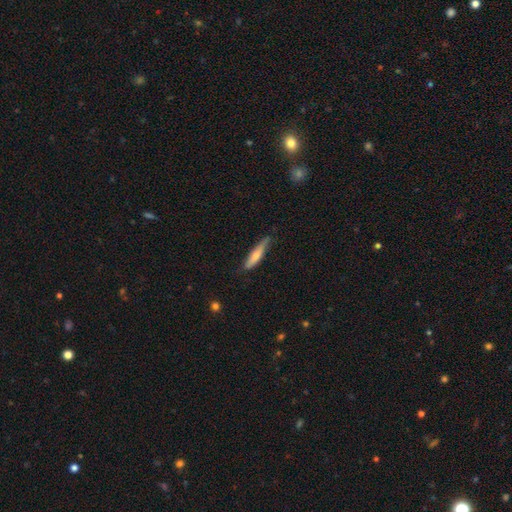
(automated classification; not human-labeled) Smooth or featured?
  - smooth: 61% *
  - featured or disk: 34%
  - star or artifact: 5%
How rounded?
  - cigar-shaped: 84% *
  - in between: 15%
  - round: 2%
Merging?
  - none: 65% *
  - minor disturbance: 28%
  - major disturbance: 5%
  - merger: 2%